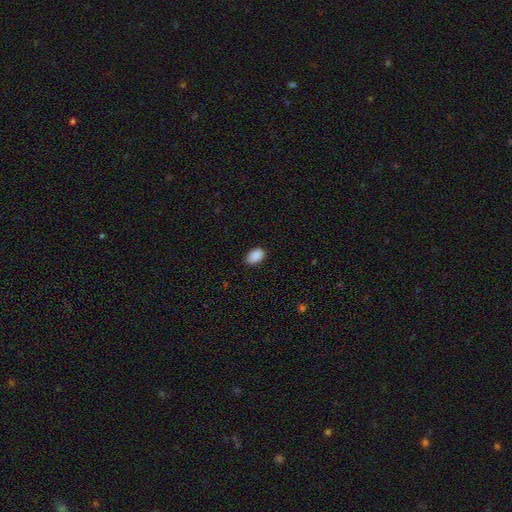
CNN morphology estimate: Overall: smooth (90%). How rounded: in between (90%). Merging: none (85%).